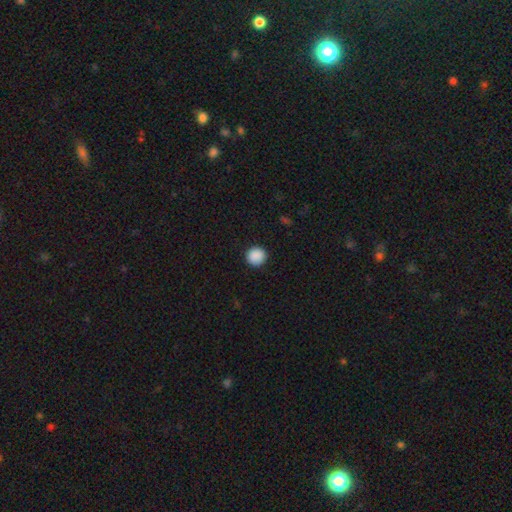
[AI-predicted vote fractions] The model was most divided on "smooth or featured": smooth: 89%, star or artifact: 9%, featured or disk: 2%. More confident: how rounded — round (95%); merging — none (92%).